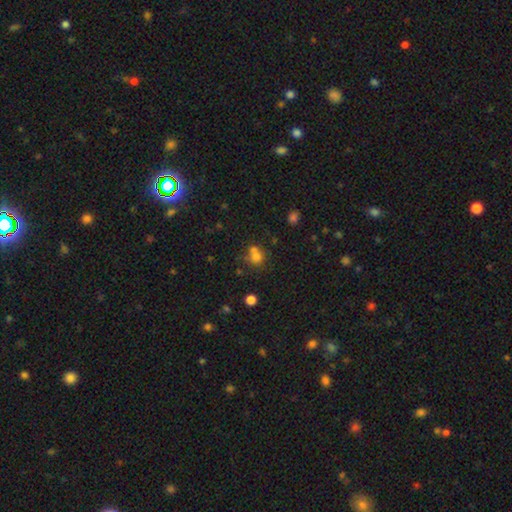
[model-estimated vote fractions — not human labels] Overall: smooth (72%). How rounded: round (79%). Merging: none (44%; merger 41%).